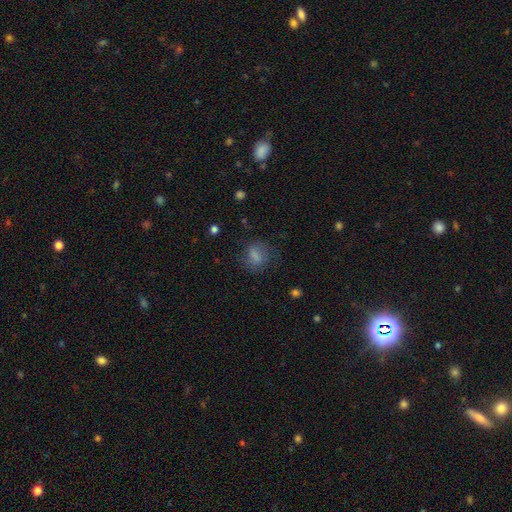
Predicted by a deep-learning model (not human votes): This is likely a smooth galaxy (73%). How rounded: possibly in between (51%). Merging: likely none (64%).